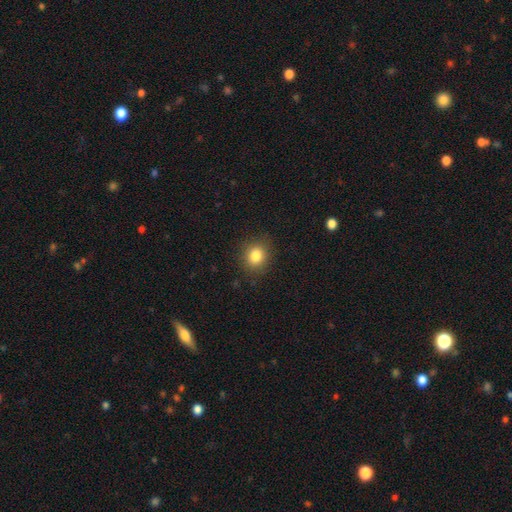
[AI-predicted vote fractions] A smooth galaxy with no disk features (83%) that is round (71%).

Vote fractions:
- Smooth or featured? smooth: 83% / star or artifact: 11% / featured or disk: 6%
- How rounded? round: 71% / in between: 28% / cigar-shaped: 1%
- Merging? none: 87% / minor disturbance: 9% / major disturbance: 3% / merger: 1%